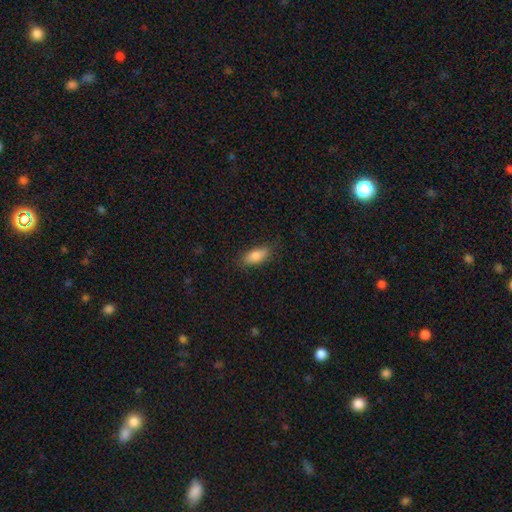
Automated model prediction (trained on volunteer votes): A smooth galaxy with no disk features (83%) that is in between round and cigar-shaped (81%).

Vote fractions:
- Smooth or featured? smooth: 83% / featured or disk: 10% / star or artifact: 7%
- How rounded? in between: 81% / cigar-shaped: 16% / round: 3%
- Merging? none: 80% / minor disturbance: 15% / major disturbance: 4% / merger: 1%